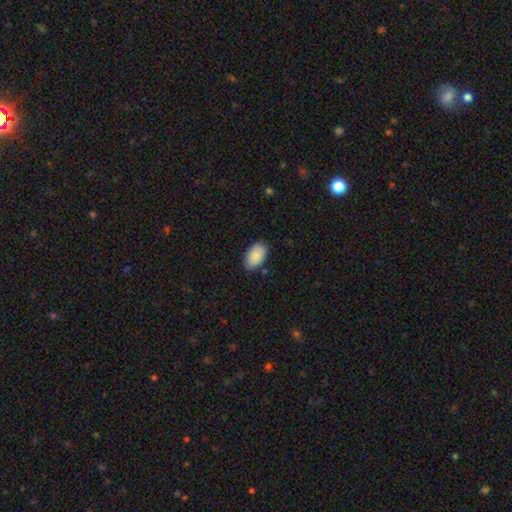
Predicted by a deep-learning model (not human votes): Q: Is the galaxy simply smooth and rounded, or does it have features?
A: smooth — 87%.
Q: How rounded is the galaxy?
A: in between — 93%.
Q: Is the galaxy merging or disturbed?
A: none — 81%.